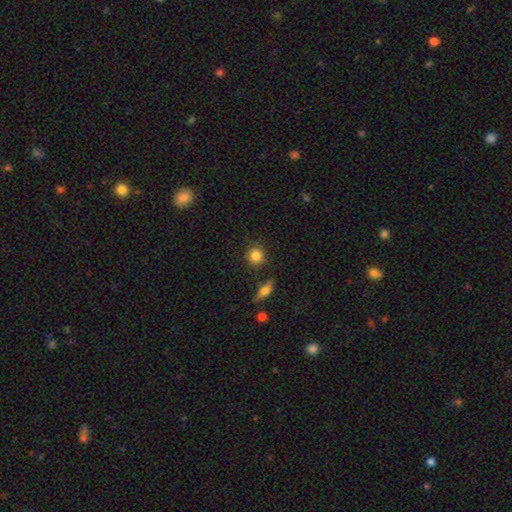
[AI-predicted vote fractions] Morphology: type=smooth (84%); roundness=round (89%); merging=none (83%).